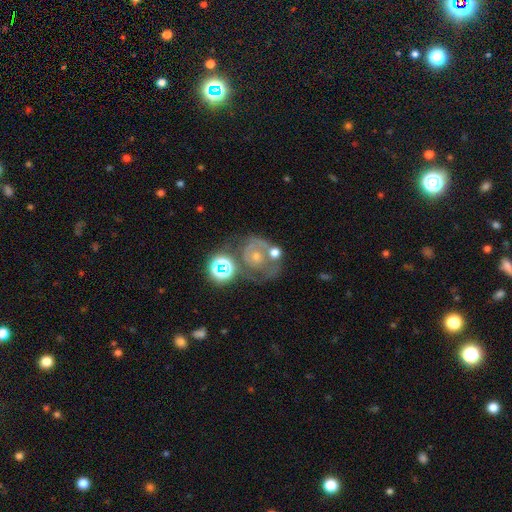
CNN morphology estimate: featured or disk 54%, smooth 31%, star or artifact 15%. Down the decision tree: edge-on disk — no (97%); bar — no (84%); spiral arms — no (52%); bulge size — moderate (42%); merging — none (36%).